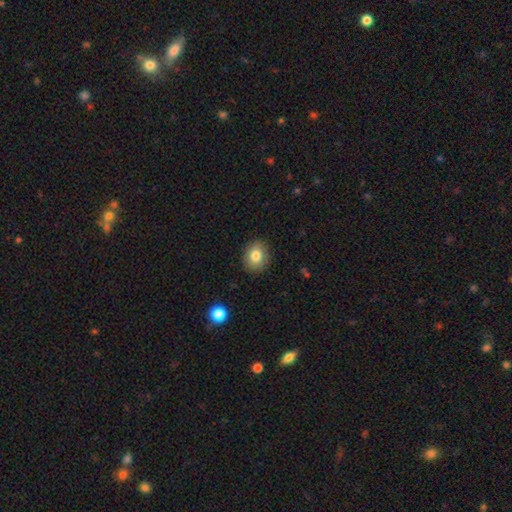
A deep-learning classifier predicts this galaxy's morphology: This appears to be a smooth galaxy with no disk features (82%) that is round (58%). Merging: none (88%).